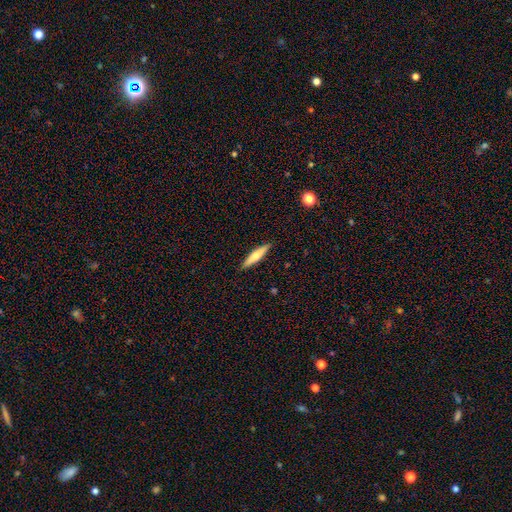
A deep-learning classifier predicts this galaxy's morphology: Smooth or featured?
  - smooth: 59% *
  - featured or disk: 35%
  - star or artifact: 6%
How rounded?
  - cigar-shaped: 86% *
  - in between: 13%
  - round: 1%
Merging?
  - none: 90% *
  - minor disturbance: 7%
  - major disturbance: 1%
  - merger: 1%